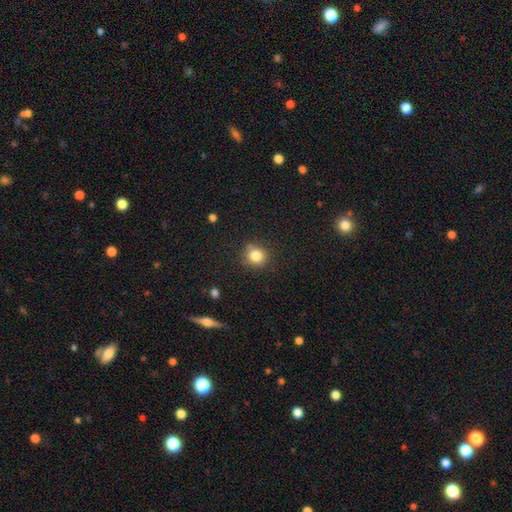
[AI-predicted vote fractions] smooth 83%, star or artifact 11%, featured or disk 6%. Down the decision tree: how rounded — round (86%); merging — none (83%).